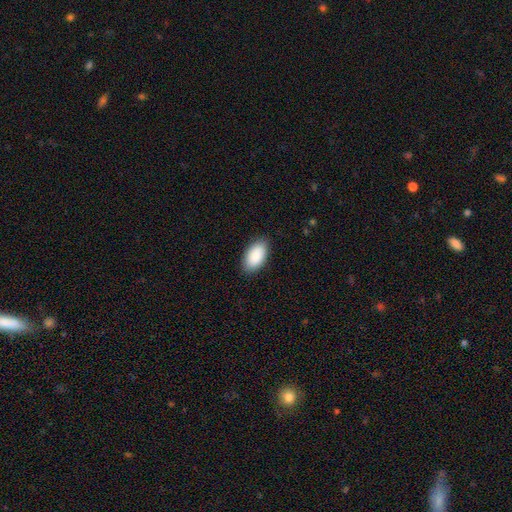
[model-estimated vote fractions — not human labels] Morphology: type=smooth (90%); roundness=in between (96%); merging=none (87%).